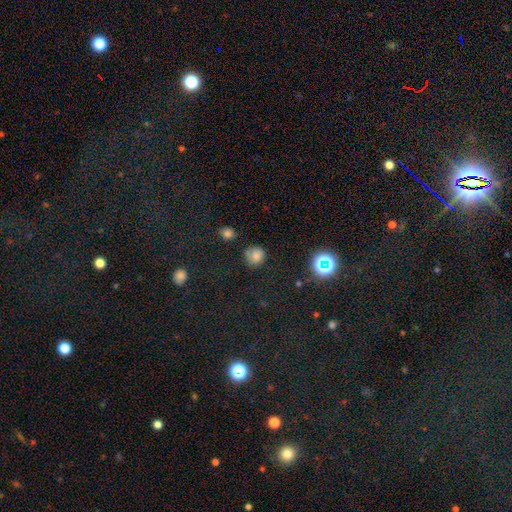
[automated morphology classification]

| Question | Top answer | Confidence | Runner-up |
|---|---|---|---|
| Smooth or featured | smooth | 75% | star or artifact (18%) |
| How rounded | round | 86% | in between (13%) |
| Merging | none | 68% | minor disturbance (22%) |